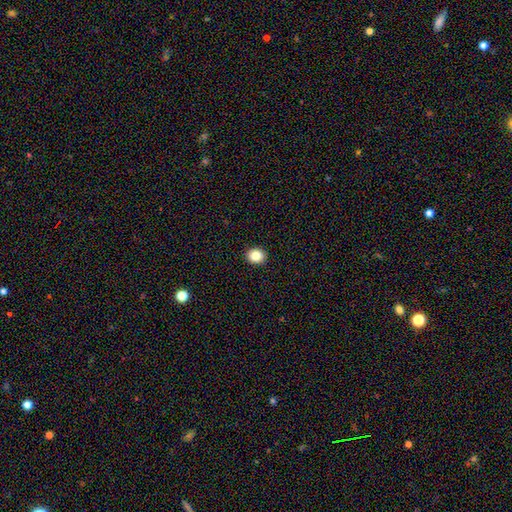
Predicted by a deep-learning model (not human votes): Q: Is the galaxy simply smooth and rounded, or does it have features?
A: smooth — 85%.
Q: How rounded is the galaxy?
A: round — 73%.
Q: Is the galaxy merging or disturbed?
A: none — 93%.